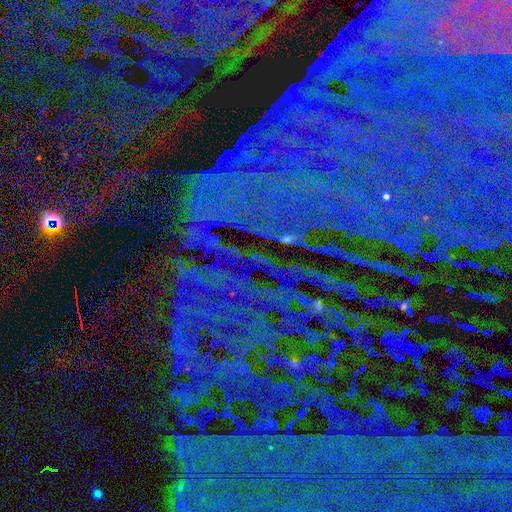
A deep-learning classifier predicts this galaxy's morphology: A star or artifact, not a galaxy (87%).